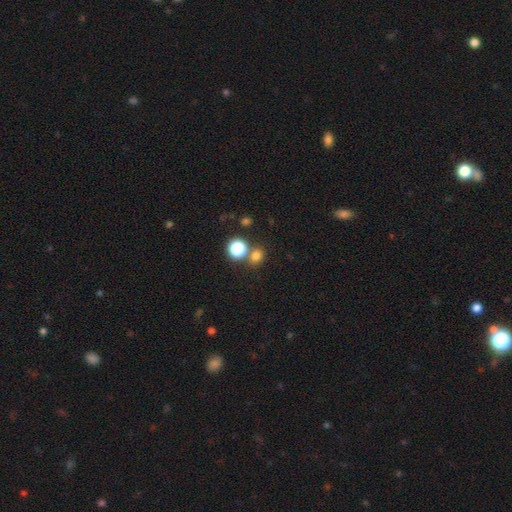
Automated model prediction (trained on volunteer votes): Smooth or featured?
  - smooth: 74% *
  - star or artifact: 20%
  - featured or disk: 6%
How rounded?
  - round: 76% *
  - in between: 23%
  - cigar-shaped: 1%
Merging?
  - none: 68% *
  - merger: 21%
  - minor disturbance: 8%
  - major disturbance: 3%